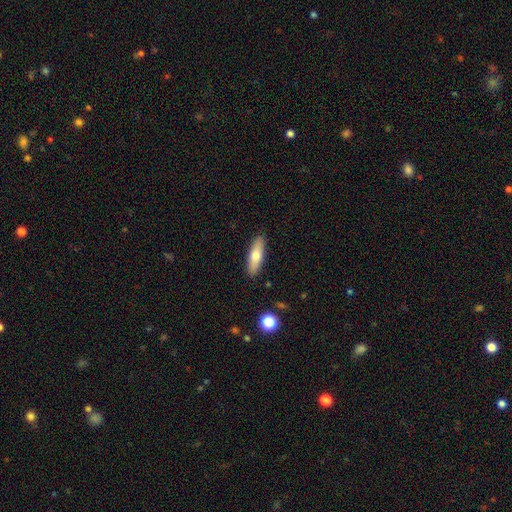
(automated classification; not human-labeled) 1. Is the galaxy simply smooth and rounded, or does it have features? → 67% smooth, 27% featured or disk, 6% star or artifact.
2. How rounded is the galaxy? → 50% cigar-shaped, 47% in between, 2% round.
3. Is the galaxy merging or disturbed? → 89% none, 8% minor disturbance, 2% major disturbance, 1% merger.